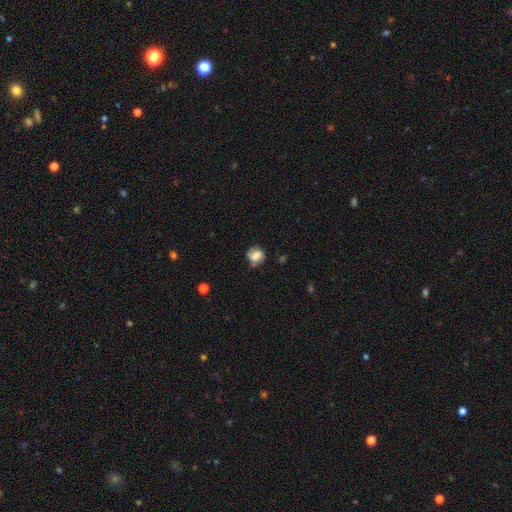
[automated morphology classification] Smooth or featured?
  - smooth: 59% *
  - featured or disk: 31%
  - star or artifact: 10%
How rounded?
  - round: 56% *
  - in between: 42%
  - cigar-shaped: 2%
Merging?
  - none: 52% *
  - minor disturbance: 29%
  - major disturbance: 13%
  - merger: 6%